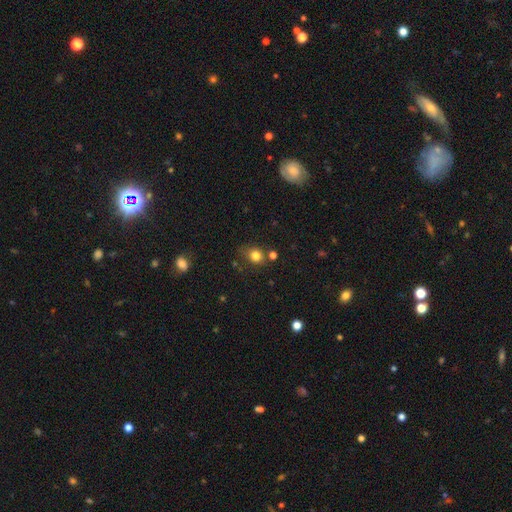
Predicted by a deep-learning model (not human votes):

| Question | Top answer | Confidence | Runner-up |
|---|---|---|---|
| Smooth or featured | smooth | 80% | star or artifact (13%) |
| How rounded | round | 67% | in between (32%) |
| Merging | none | 68% | minor disturbance (18%) |